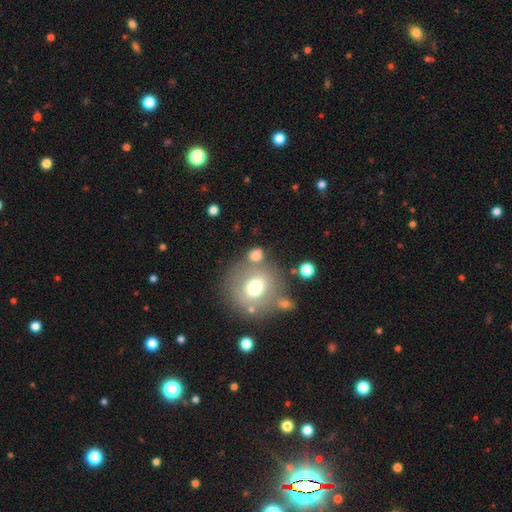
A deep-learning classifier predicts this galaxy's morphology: Smooth or featured? smooth (70%)
How rounded? round (73%)
Merging? none (58%)